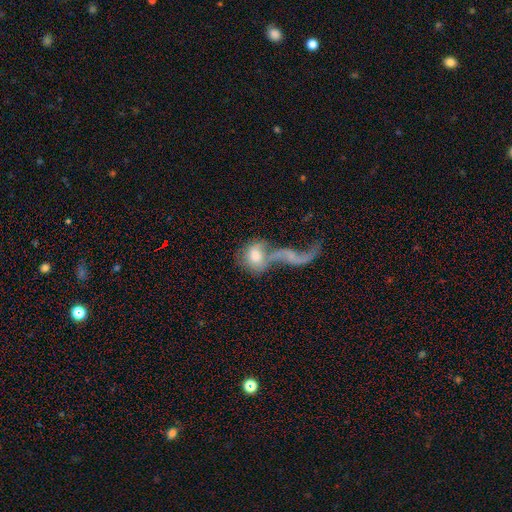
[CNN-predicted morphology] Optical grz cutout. It shows a smooth galaxy with no disk features (52%) that is in between round and cigar-shaped (55%). Merging: merger (59%).